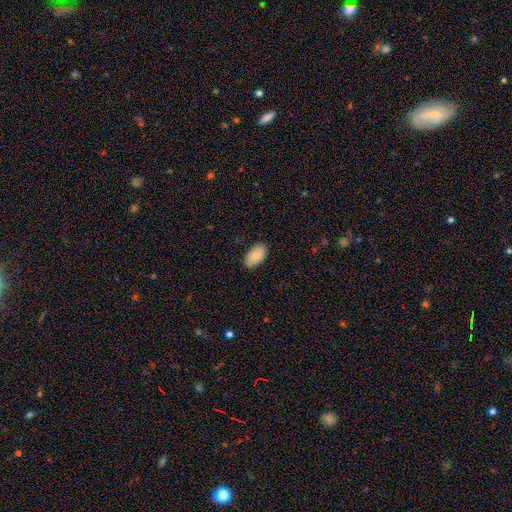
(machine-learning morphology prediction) type=smooth (83%); roundness=in between (94%); merging=none (87%).